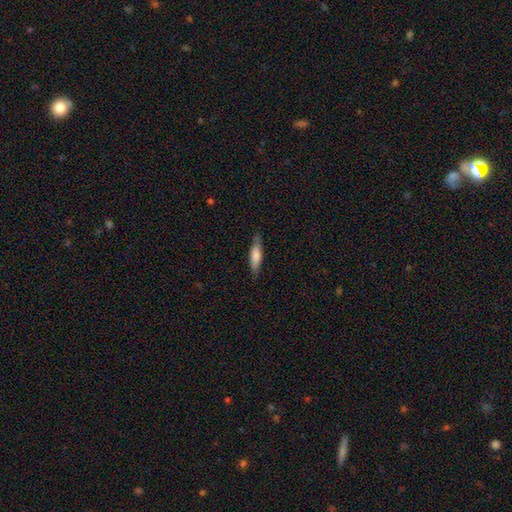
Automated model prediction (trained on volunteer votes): Smooth or featured? Predicted: smooth (p=0.71). How rounded? Predicted: cigar-shaped (p=0.69). Merging? Predicted: none (p=0.81).